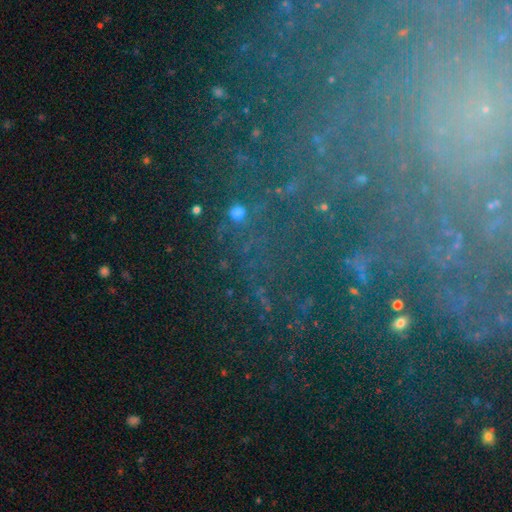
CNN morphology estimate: This appears to be a star or artifact, not a galaxy (61%).